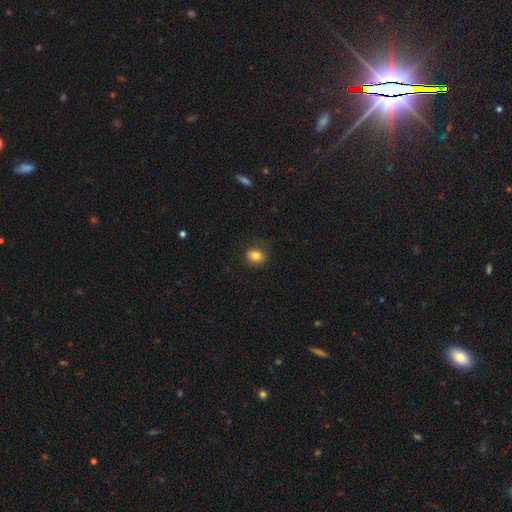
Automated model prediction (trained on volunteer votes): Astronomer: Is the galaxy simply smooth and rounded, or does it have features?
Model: smooth — 82%.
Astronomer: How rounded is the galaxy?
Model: in between — 50% (runner-up: round, 49%).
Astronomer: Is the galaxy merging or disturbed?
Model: none — 80%.